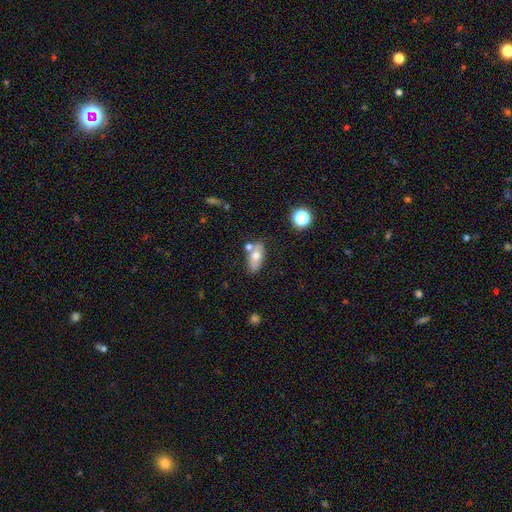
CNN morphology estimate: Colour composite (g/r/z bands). It shows a smooth galaxy with no disk features (62%) that is in between round and cigar-shaped (86%). Merging: none (63%).